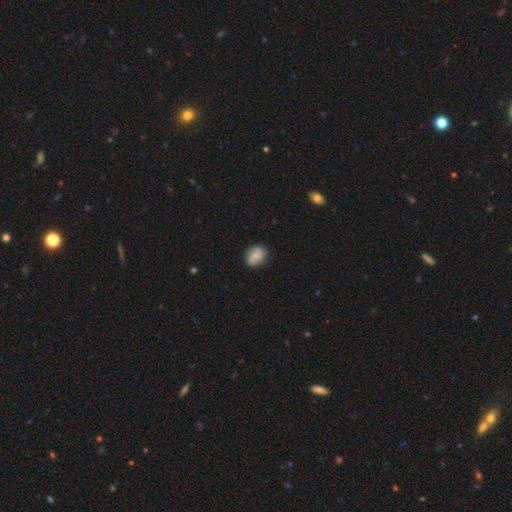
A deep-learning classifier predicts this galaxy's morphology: smooth-or-featured: smooth: 58% | featured or disk: 33% | star or artifact: 9%
  how-rounded: round: 51% | in between: 47% | cigar-shaped: 1%
  merging: none: 82% | minor disturbance: 14% | major disturbance: 3% | merger: 1%